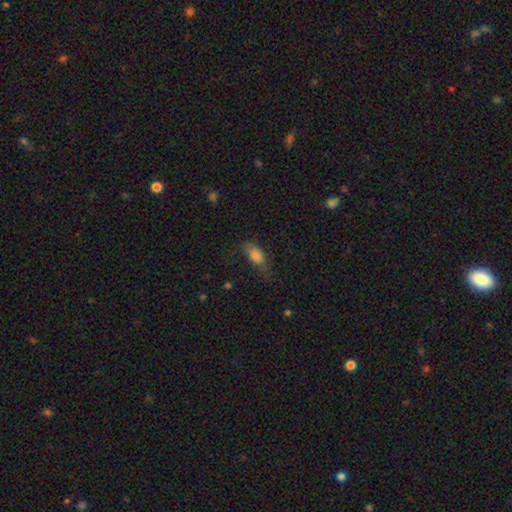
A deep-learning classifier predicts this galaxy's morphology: smooth 77%, featured or disk 14%, star or artifact 10%. Down the decision tree: how rounded — in between (80%); merging — none (54%).